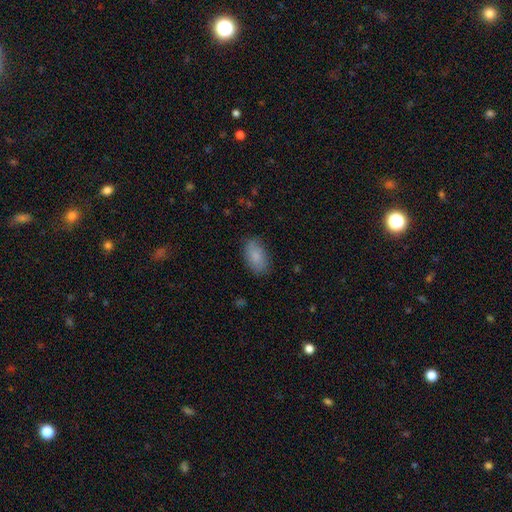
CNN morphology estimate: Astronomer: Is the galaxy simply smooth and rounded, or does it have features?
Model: smooth — 86%.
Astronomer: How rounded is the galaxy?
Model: in between — 92%.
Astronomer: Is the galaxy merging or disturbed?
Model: none — 80%.